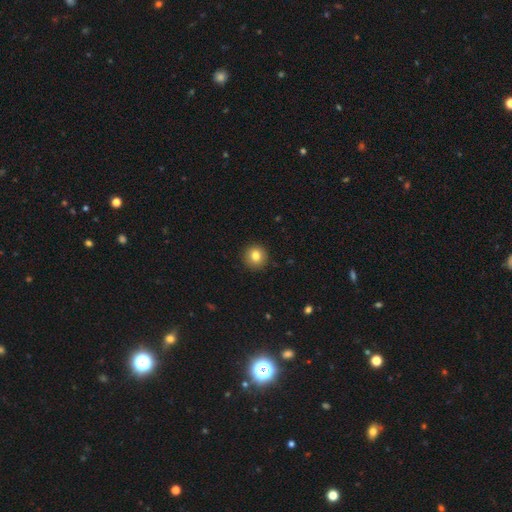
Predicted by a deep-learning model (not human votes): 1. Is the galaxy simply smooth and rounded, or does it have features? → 81% smooth, 10% star or artifact, 9% featured or disk.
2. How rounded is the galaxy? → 94% round, 5% in between, 1% cigar-shaped.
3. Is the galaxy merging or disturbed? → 92% none, 5% minor disturbance, 2% major disturbance, 1% merger.